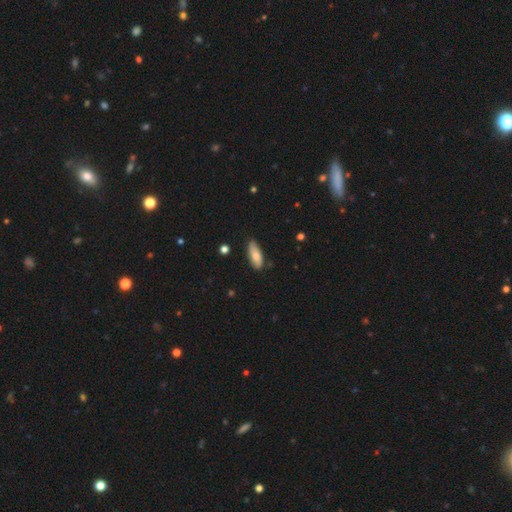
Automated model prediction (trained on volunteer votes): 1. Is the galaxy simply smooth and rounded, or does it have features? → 78% smooth, 16% featured or disk, 6% star or artifact.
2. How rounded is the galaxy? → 76% in between, 22% cigar-shaped, 2% round.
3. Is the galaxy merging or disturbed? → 81% none, 16% minor disturbance, 2% major disturbance, 2% merger.